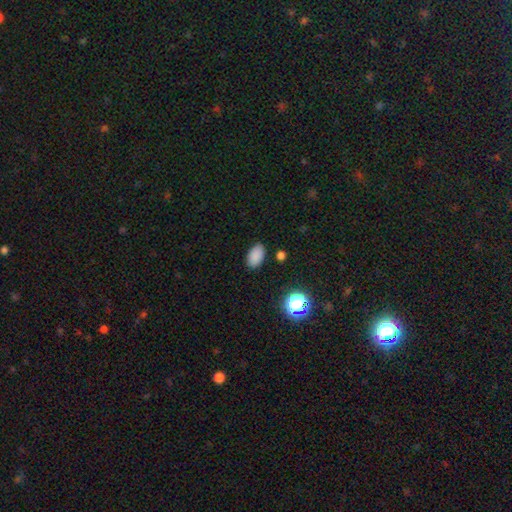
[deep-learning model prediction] Q: Smooth or featured?
A: smooth (85%); runner-up: star or artifact (11%)
Q: How rounded?
A: in between (92%); runner-up: round (7%)
Q: Merging?
A: none (85%); runner-up: minor disturbance (10%)